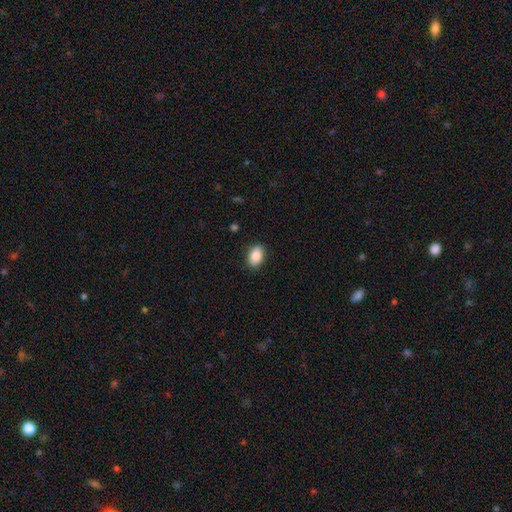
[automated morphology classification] Overall: smooth (88%). How rounded: in between (87%). Merging: none (88%).